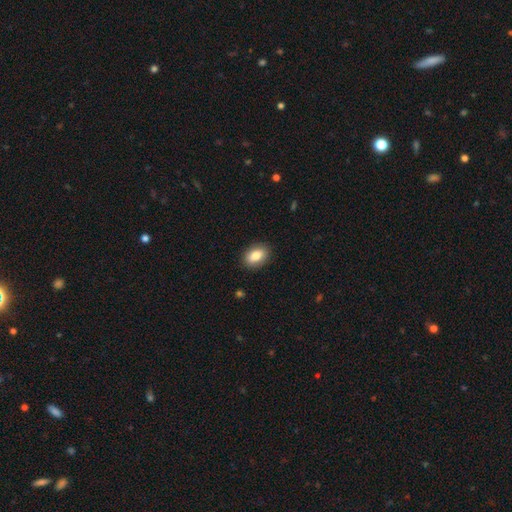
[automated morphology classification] Overall: smooth (84%). How rounded: in between (85%). Merging: none (88%).